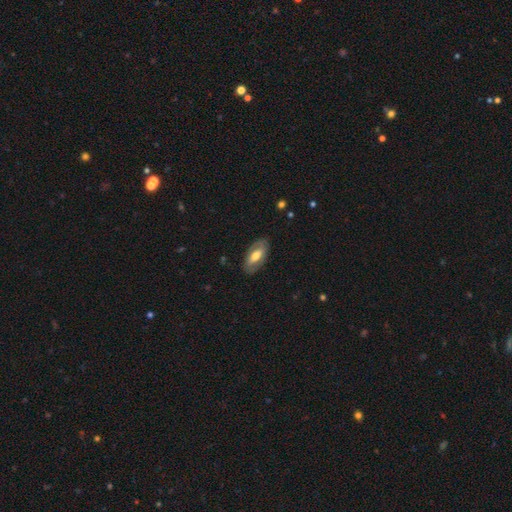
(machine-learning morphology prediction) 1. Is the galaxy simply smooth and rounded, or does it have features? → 51% featured or disk, 43% smooth, 5% star or artifact.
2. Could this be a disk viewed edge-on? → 84% no, 16% yes.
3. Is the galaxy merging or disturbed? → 82% none, 13% minor disturbance, 4% major disturbance, 1% merger.